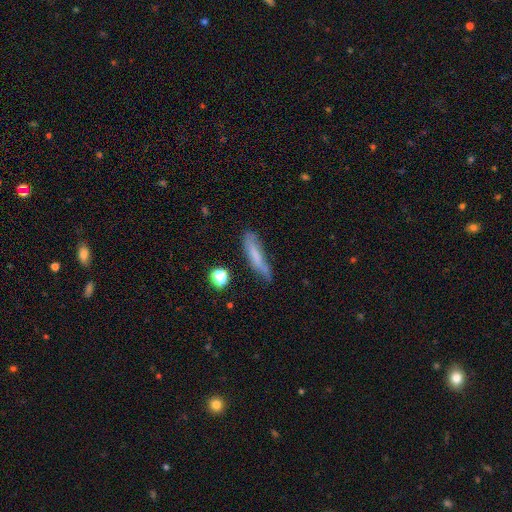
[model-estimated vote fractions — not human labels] Smooth or featured?
  - smooth: 62% *
  - featured or disk: 29%
  - star or artifact: 10%
How rounded?
  - cigar-shaped: 77% *
  - in between: 21%
  - round: 2%
Merging?
  - none: 50% *
  - minor disturbance: 33%
  - major disturbance: 13%
  - merger: 4%